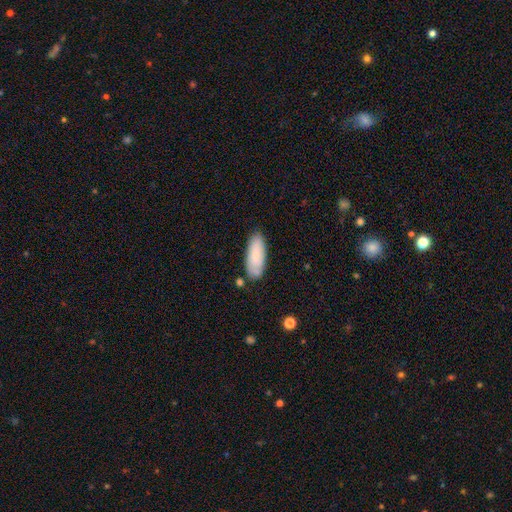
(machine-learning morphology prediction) Smooth or featured?
  - smooth: 82% *
  - featured or disk: 11%
  - star or artifact: 6%
How rounded?
  - in between: 73% *
  - cigar-shaped: 26%
  - round: 2%
Merging?
  - none: 77% *
  - minor disturbance: 16%
  - merger: 4%
  - major disturbance: 3%